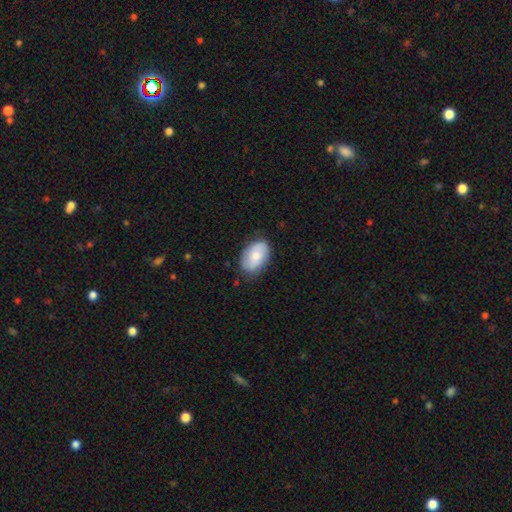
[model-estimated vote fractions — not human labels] The model was most divided on "smooth or featured": smooth: 67%, featured or disk: 27%, star or artifact: 6%. More confident: how rounded — in between (89%); merging — none (79%).